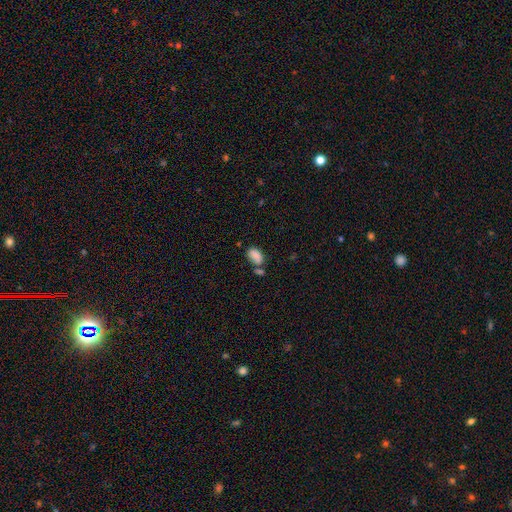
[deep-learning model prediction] This appears to be a smooth galaxy with no disk features (84%) that is in between round and cigar-shaped (90%). Merging: none (46%).